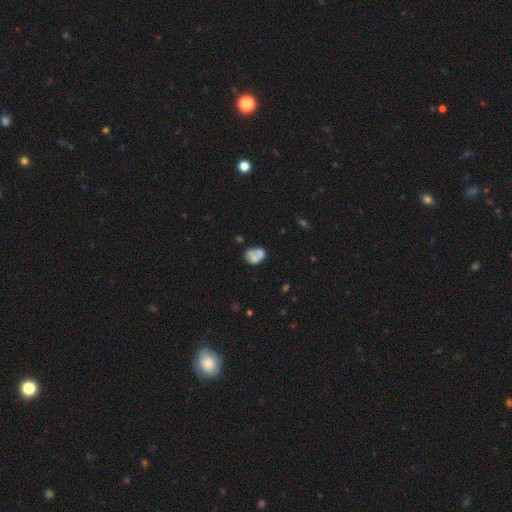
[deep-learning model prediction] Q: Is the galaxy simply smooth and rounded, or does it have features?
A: smooth — 58%.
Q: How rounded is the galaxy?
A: in between — 62%.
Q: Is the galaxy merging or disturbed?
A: merger — 34%.